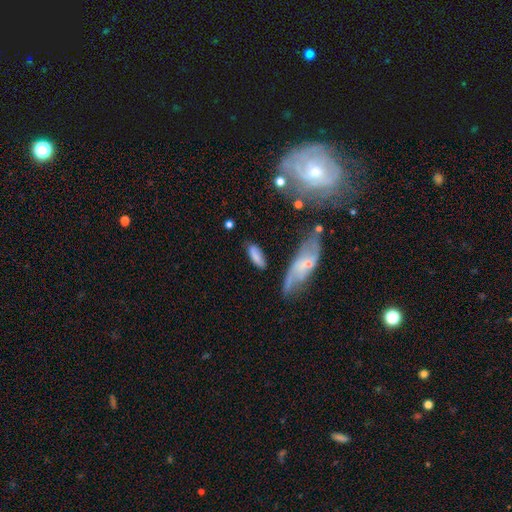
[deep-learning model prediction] This is likely a smooth galaxy (75%). How rounded: likely in between (61%). Merging: likely none (68%).